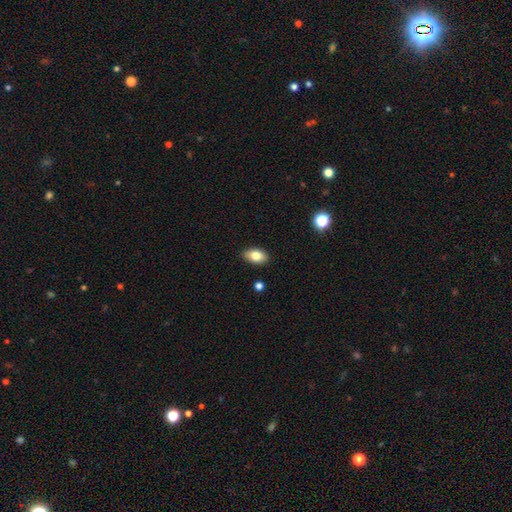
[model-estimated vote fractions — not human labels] smooth_or_featured: smooth (p=0.80) [alt: featured or disk p=0.12]
how_rounded: in between (p=0.89) [alt: round p=0.09]
merging: none (p=0.88) [alt: minor disturbance p=0.09]